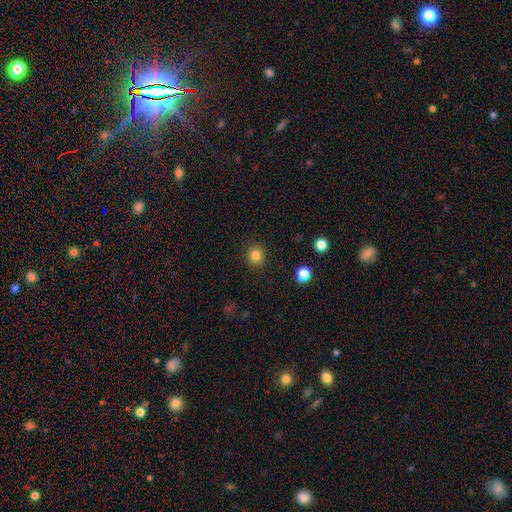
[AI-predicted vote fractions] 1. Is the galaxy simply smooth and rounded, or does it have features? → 84% smooth, 12% star or artifact, 5% featured or disk.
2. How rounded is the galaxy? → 88% round, 11% in between, 1% cigar-shaped.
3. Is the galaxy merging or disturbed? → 91% none, 6% minor disturbance, 2% major disturbance, 1% merger.